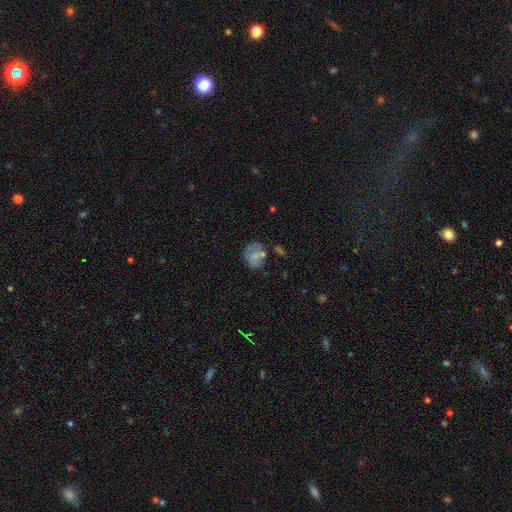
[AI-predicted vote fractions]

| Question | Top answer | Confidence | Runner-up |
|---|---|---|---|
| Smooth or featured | smooth | 60% | featured or disk (28%) |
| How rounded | round | 55% | in between (44%) |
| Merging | none | 47% | minor disturbance (24%) |